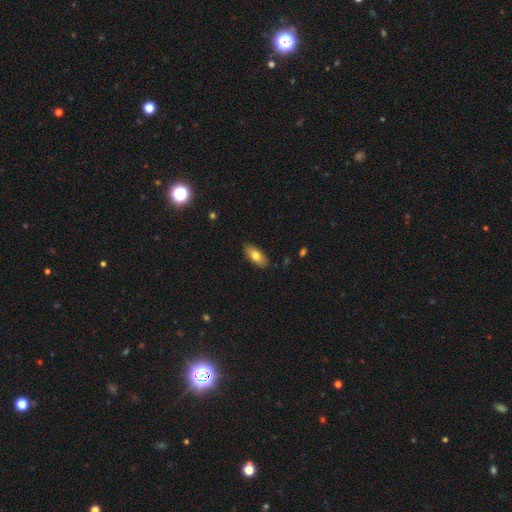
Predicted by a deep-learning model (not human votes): Overall: smooth (75%). How rounded: in between (86%). Merging: none (86%).